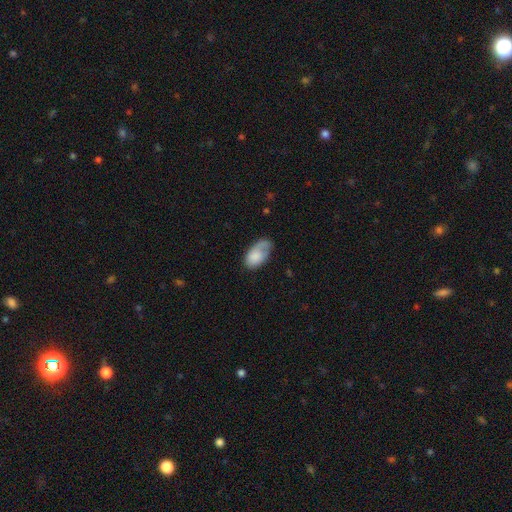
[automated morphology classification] Smooth or featured?
  - smooth: 72% *
  - featured or disk: 22%
  - star or artifact: 6%
How rounded?
  - in between: 94% *
  - round: 4%
  - cigar-shaped: 2%
Merging?
  - none: 45% *
  - minor disturbance: 30%
  - major disturbance: 21%
  - merger: 4%